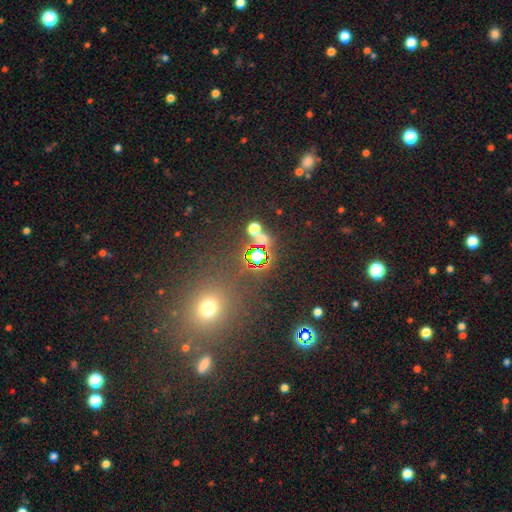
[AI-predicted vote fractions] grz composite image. It shows a star or artifact, not a galaxy (56%).